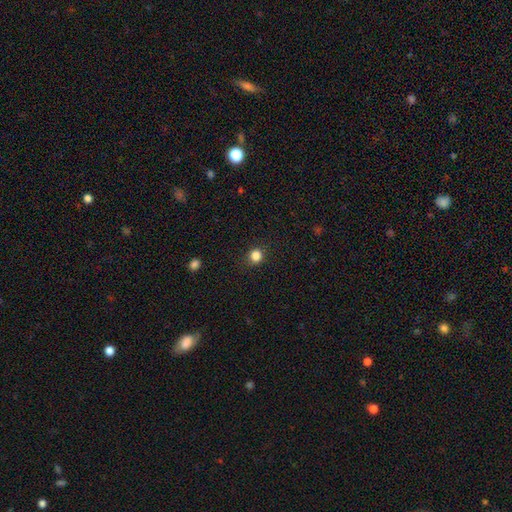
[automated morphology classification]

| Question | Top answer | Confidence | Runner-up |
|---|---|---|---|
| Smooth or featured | smooth | 84% | star or artifact (12%) |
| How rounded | round | 85% | in between (14%) |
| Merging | none | 88% | minor disturbance (8%) |